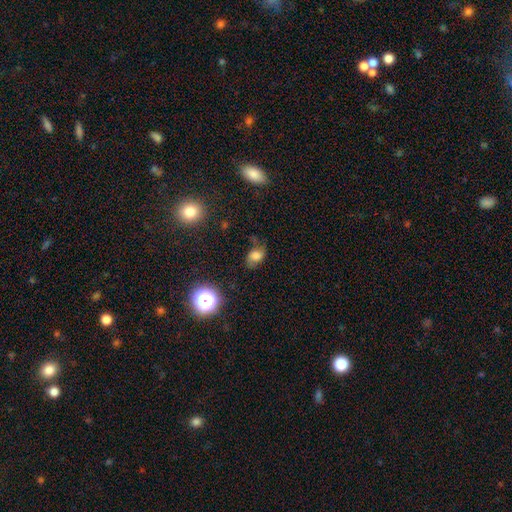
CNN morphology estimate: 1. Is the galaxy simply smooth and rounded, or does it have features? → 65% smooth, 17% featured or disk, 17% star or artifact.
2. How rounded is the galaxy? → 73% in between, 25% round, 2% cigar-shaped.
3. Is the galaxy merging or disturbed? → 59% none, 26% minor disturbance, 12% major disturbance, 3% merger.